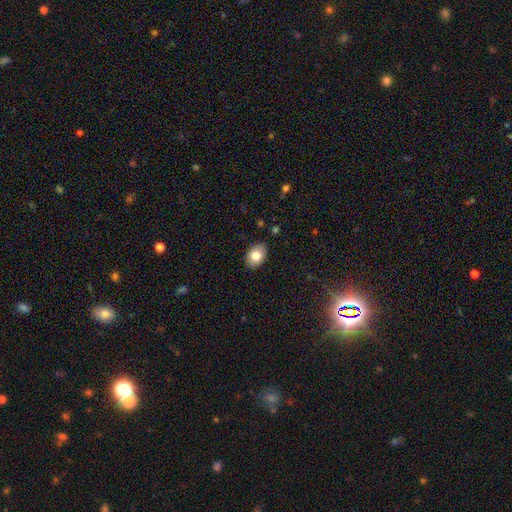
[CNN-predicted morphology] Smooth or featured?
  - smooth: 81% *
  - featured or disk: 12%
  - star or artifact: 8%
How rounded?
  - in between: 79% *
  - round: 20%
  - cigar-shaped: 1%
Merging?
  - none: 88% *
  - minor disturbance: 9%
  - major disturbance: 2%
  - merger: 1%